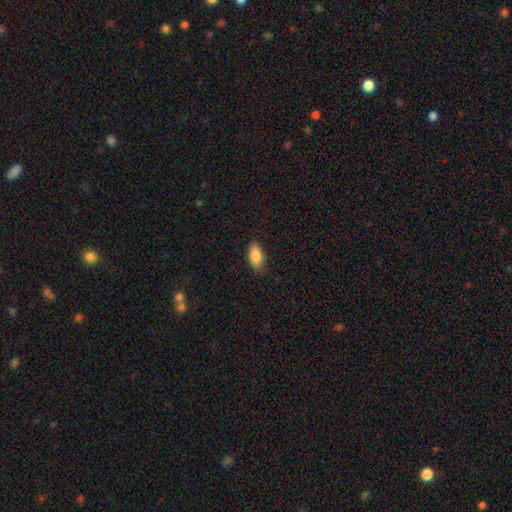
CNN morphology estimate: Q: Smooth or featured?
A: smooth (87%); runner-up: star or artifact (7%)
Q: How rounded?
A: in between (91%); runner-up: cigar-shaped (5%)
Q: Merging?
A: none (82%); runner-up: minor disturbance (14%)